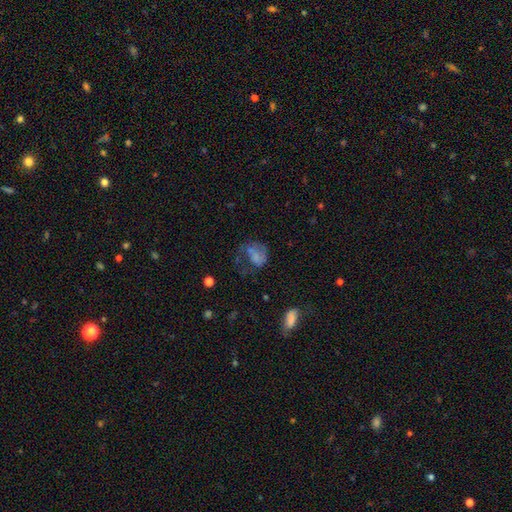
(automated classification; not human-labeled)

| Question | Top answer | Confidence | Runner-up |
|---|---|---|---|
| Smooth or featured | smooth | 49% | featured or disk (38%) |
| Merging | major disturbance | 47% | none (25%) |